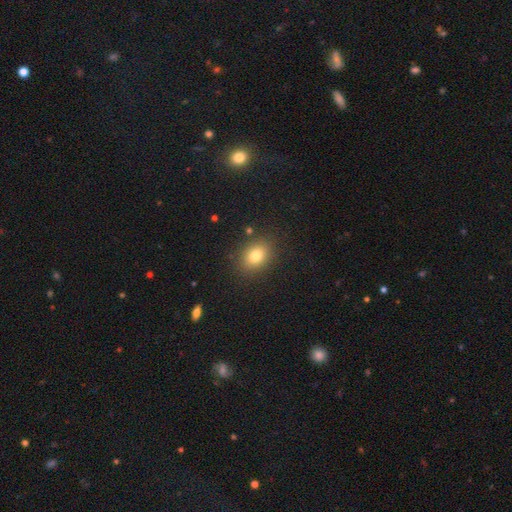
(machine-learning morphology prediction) This appears to be a smooth galaxy with no disk features (79%) that is in between round and cigar-shaped (65%). Merging: none (86%).